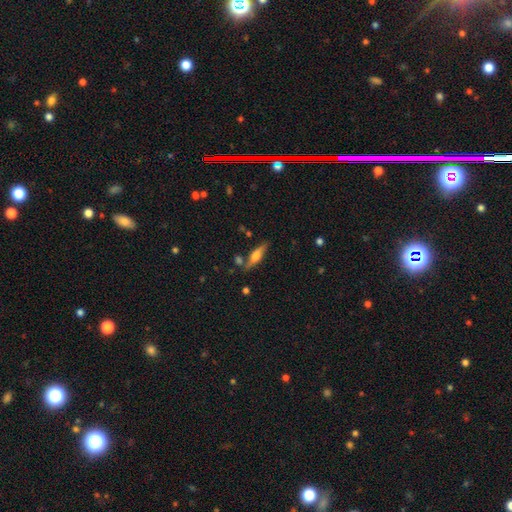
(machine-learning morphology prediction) type=featured or disk (50%); merging=none (75%).